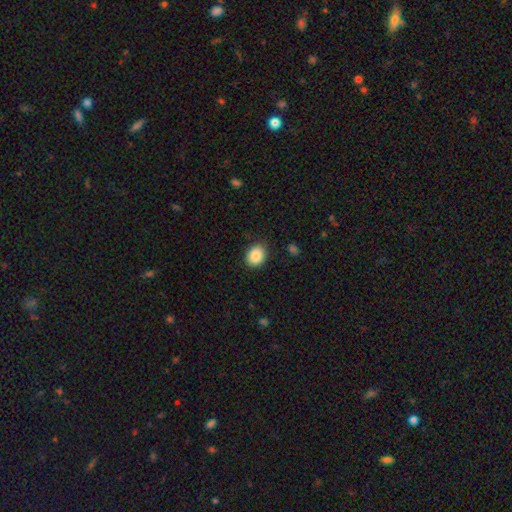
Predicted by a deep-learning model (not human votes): Smooth or featured?
  - smooth: 88% *
  - star or artifact: 8%
  - featured or disk: 4%
How rounded?
  - round: 51% *
  - in between: 48%
  - cigar-shaped: 1%
Merging?
  - none: 87% *
  - minor disturbance: 9%
  - major disturbance: 2%
  - merger: 1%